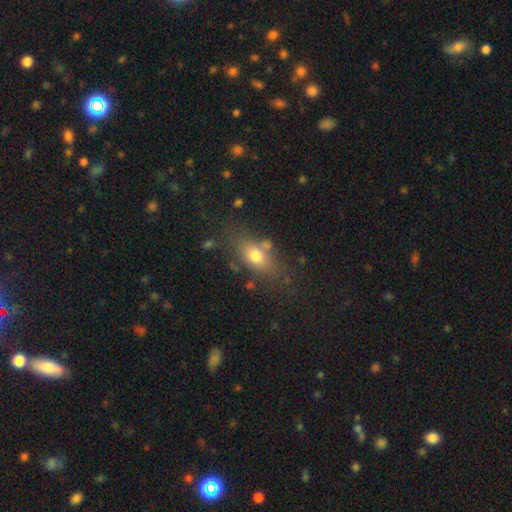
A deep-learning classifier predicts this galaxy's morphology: smooth_or_featured: smooth (p=0.72) [alt: featured or disk p=0.17]
how_rounded: in between (p=0.74) [alt: round p=0.16]
merging: none (p=0.68) [alt: minor disturbance p=0.16]